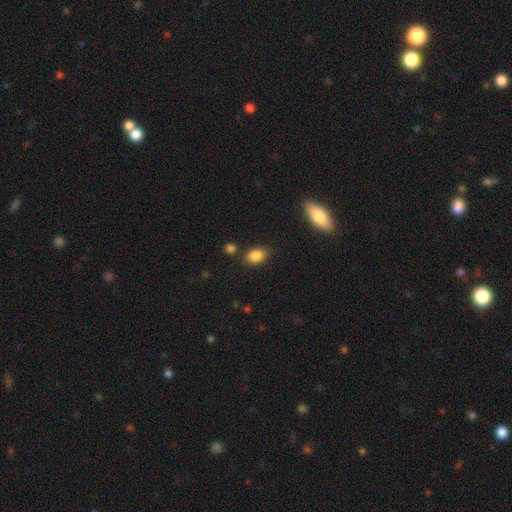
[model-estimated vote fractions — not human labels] smooth-or-featured: smooth: 86% | star or artifact: 9% | featured or disk: 5%
  how-rounded: in between: 75% | round: 24% | cigar-shaped: 2%
  merging: none: 79% | minor disturbance: 12% | merger: 6% | major disturbance: 3%